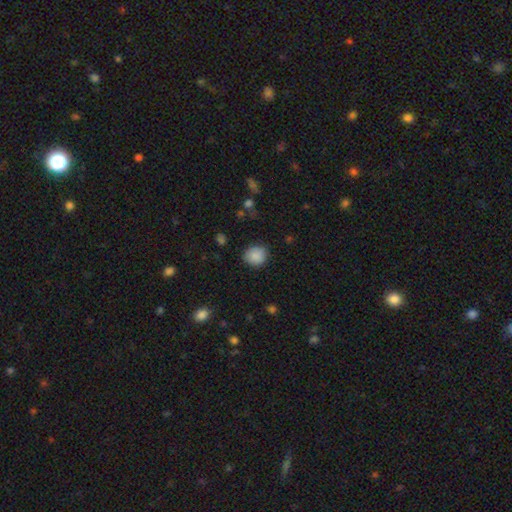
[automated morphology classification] Smooth or featured? Predicted: smooth (p=0.87). How rounded? Predicted: round (p=0.81). Merging? Predicted: none (p=0.85).